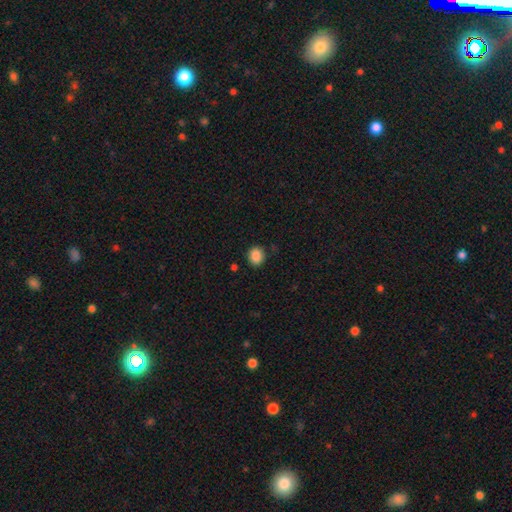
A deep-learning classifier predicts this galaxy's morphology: A smooth galaxy with no disk features (87%) that is round (69%). Merging: none (85%).